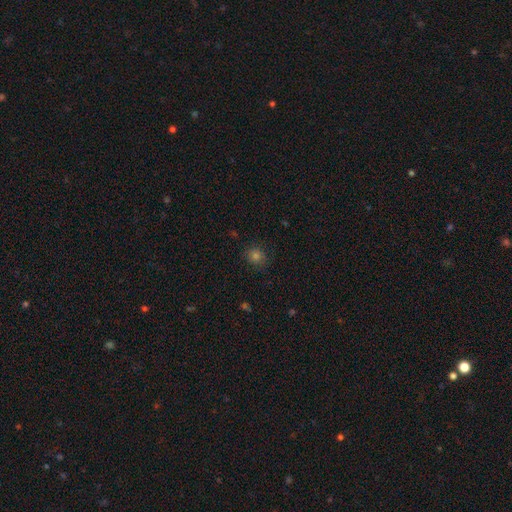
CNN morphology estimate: Overall: smooth (73%). How rounded: round (83%). Merging: none (86%).